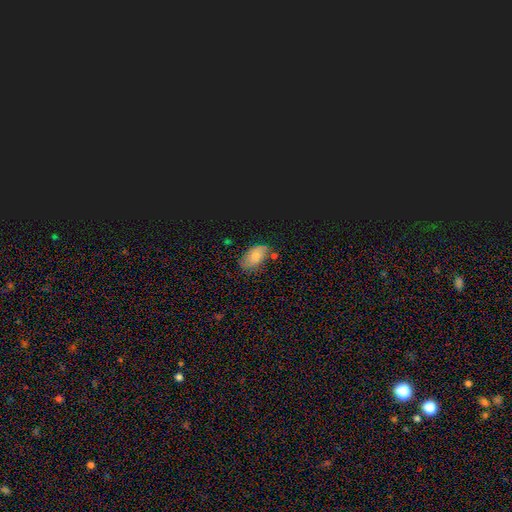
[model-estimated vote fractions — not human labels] Smooth or featured? smooth (61%)
How rounded? in between (90%)
Merging? none (61%)